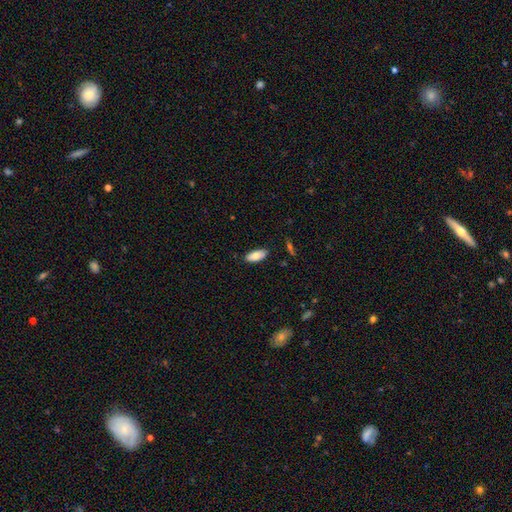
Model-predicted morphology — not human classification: type=smooth (81%); roundness=in between (88%); merging=none (86%).